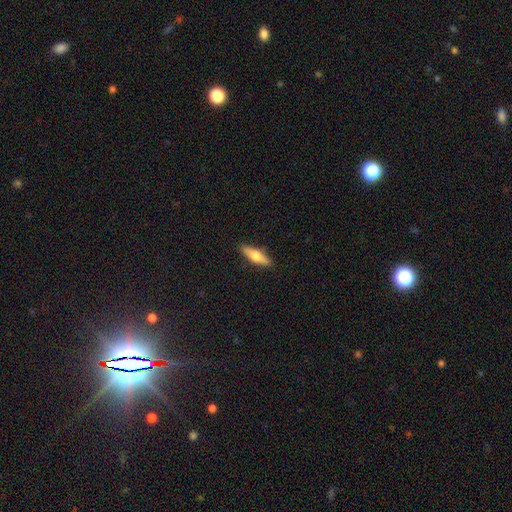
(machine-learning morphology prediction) A smooth galaxy with no disk features (56%) that is cigar-shaped (63%).

Vote fractions:
- Smooth or featured? smooth: 56% / featured or disk: 39% / star or artifact: 6%
- How rounded? cigar-shaped: 63% / in between: 35% / round: 2%
- Merging? none: 90% / minor disturbance: 8% / major disturbance: 2% / merger: 1%